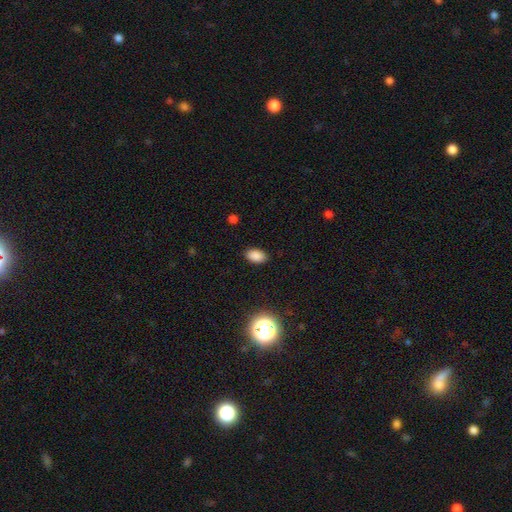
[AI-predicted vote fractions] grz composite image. It shows a smooth galaxy with no disk features (84%) that is in between round and cigar-shaped (90%). Merging: none (88%).